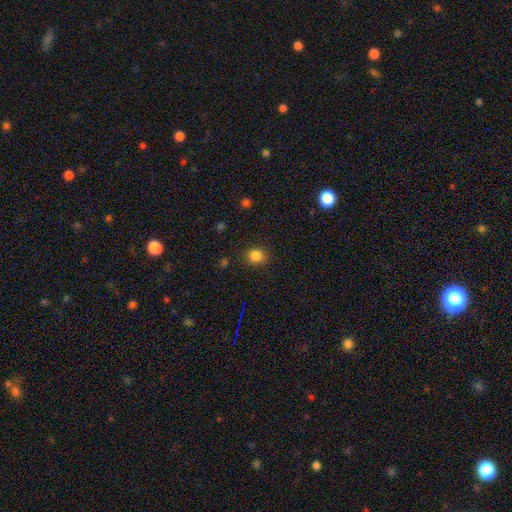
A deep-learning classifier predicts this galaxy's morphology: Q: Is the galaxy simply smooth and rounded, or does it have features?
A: smooth — 83%.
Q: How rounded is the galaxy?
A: round — 76%.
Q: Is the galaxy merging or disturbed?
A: none — 86%.